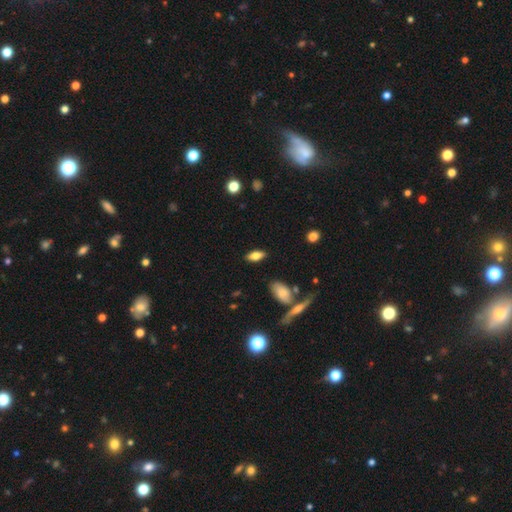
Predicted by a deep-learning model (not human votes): smooth-or-featured: smooth: 71% | featured or disk: 21% | star or artifact: 8%
  how-rounded: in between: 82% | cigar-shaped: 14% | round: 3%
  merging: none: 85% | minor disturbance: 10% | major disturbance: 3% | merger: 2%